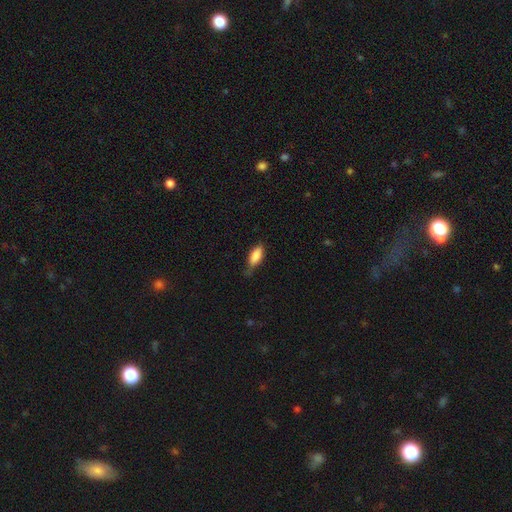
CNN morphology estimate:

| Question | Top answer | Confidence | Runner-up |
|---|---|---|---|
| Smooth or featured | smooth | 85% | featured or disk (8%) |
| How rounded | in between | 83% | cigar-shaped (15%) |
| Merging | none | 55% | minor disturbance (35%) |